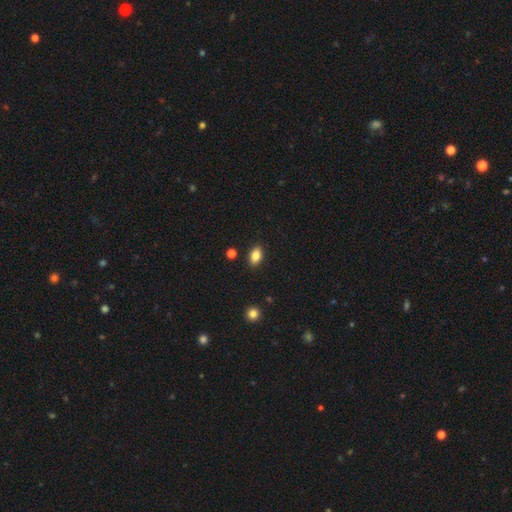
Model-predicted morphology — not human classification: This is clearly a smooth galaxy (84%). How rounded: clearly in between (88%). Merging: clearly none (88%).